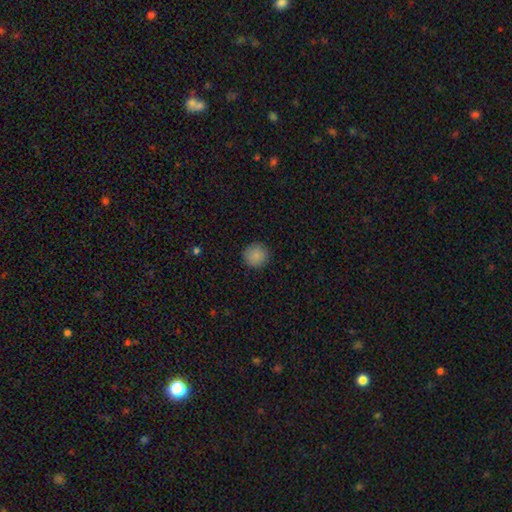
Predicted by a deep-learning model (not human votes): This appears to be a smooth galaxy with no disk features (88%) that is round (94%). Merging: none (91%).